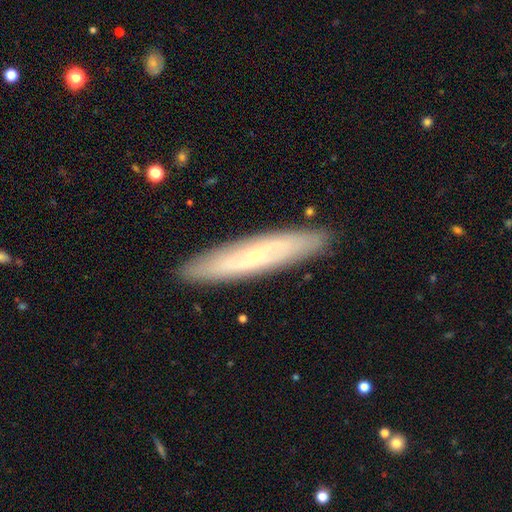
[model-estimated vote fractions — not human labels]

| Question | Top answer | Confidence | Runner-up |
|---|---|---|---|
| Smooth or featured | featured or disk | 58% | smooth (35%) |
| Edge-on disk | yes | 60% | no (40%) |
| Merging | none | 89% | minor disturbance (8%) |